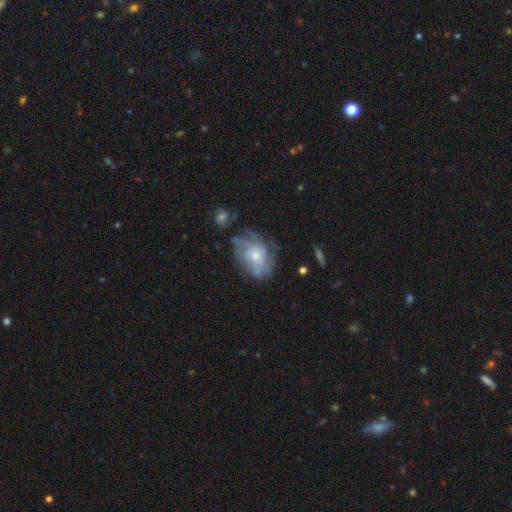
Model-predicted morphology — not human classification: Smooth or featured? featured or disk (73%)
Edge-on disk? no (97%)
Bar? no (78%)
Spiral arms? yes (80%)
Spiral winding? tight (43%)
Spiral arm count? can't tell (50%)
Bulge size? small (48%)
Merging? none (58%)